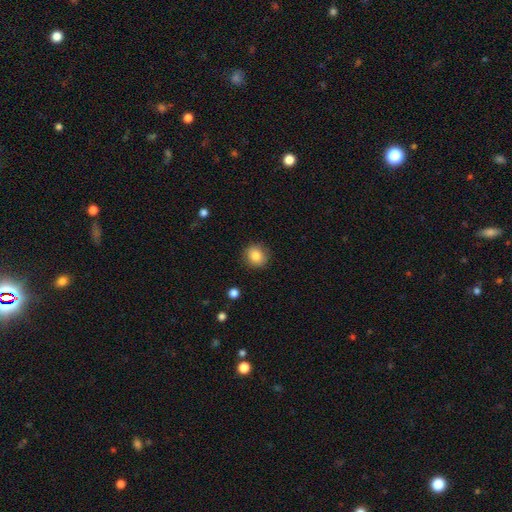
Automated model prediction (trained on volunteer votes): smooth_or_featured: smooth (p=0.84) [alt: star or artifact p=0.09]
how_rounded: round (p=0.83) [alt: in between p=0.16]
merging: none (p=0.88) [alt: minor disturbance p=0.09]